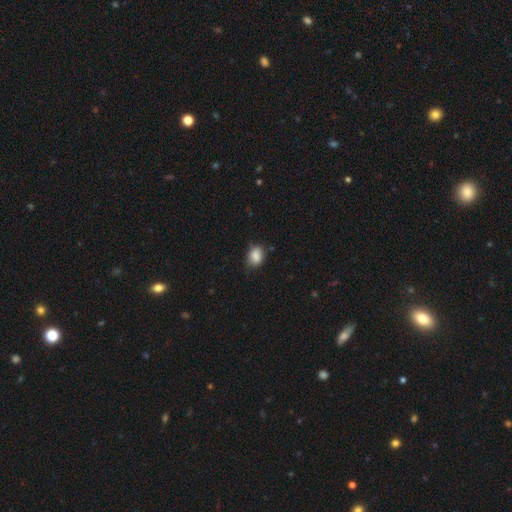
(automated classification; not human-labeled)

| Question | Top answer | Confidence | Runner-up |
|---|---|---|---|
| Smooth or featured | smooth | 85% | star or artifact (9%) |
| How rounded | in between | 65% | round (34%) |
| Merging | none | 67% | minor disturbance (26%) |